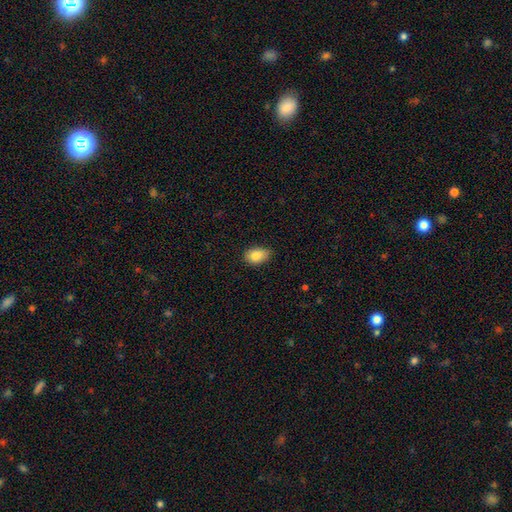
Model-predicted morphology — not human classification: Smooth or featured?
  - smooth: 84% *
  - star or artifact: 8%
  - featured or disk: 8%
How rounded?
  - in between: 81% *
  - round: 18%
  - cigar-shaped: 1%
Merging?
  - none: 71% *
  - minor disturbance: 25%
  - major disturbance: 3%
  - merger: 1%